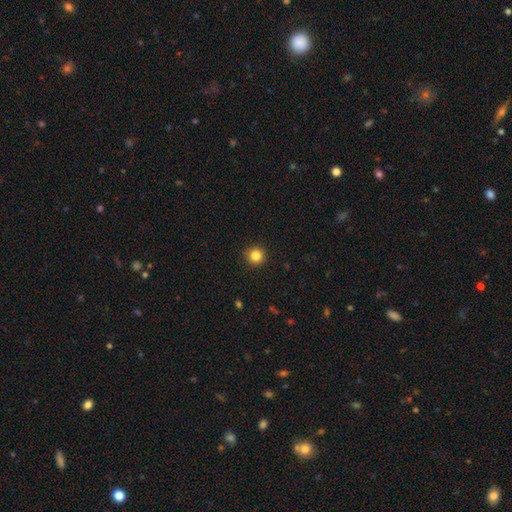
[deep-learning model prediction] Smooth or featured?
  - smooth: 84% *
  - star or artifact: 12%
  - featured or disk: 4%
How rounded?
  - round: 95% *
  - in between: 4%
  - cigar-shaped: 1%
Merging?
  - none: 93% *
  - minor disturbance: 5%
  - major disturbance: 2%
  - merger: 1%